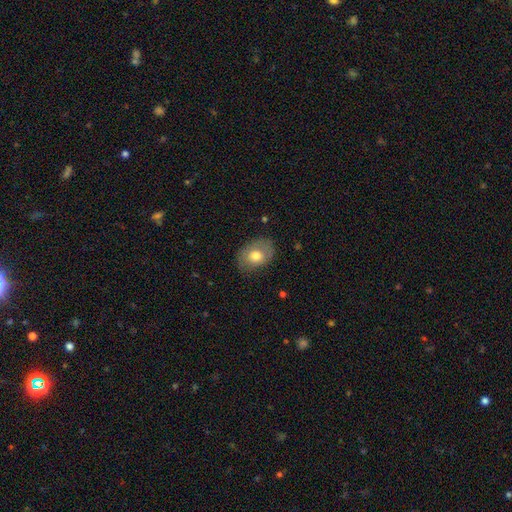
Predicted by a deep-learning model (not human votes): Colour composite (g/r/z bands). It shows a smooth galaxy with no disk features (70%) that is in between round and cigar-shaped (71%). Merging: none (75%).